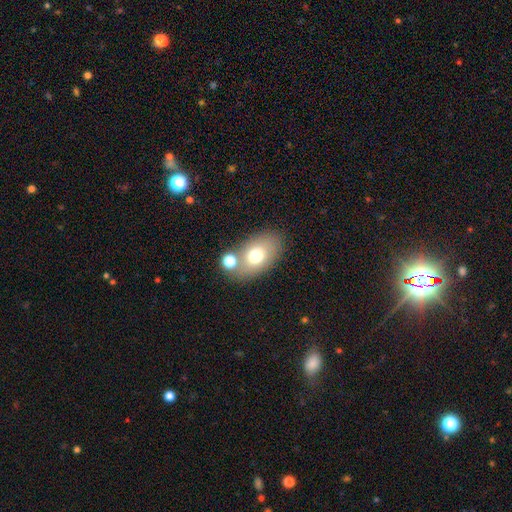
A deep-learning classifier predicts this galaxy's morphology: Smooth or featured?
  - smooth: 71% *
  - featured or disk: 19%
  - star or artifact: 9%
How rounded?
  - in between: 87% *
  - round: 11%
  - cigar-shaped: 2%
Merging?
  - none: 64% *
  - merger: 19%
  - minor disturbance: 13%
  - major disturbance: 4%